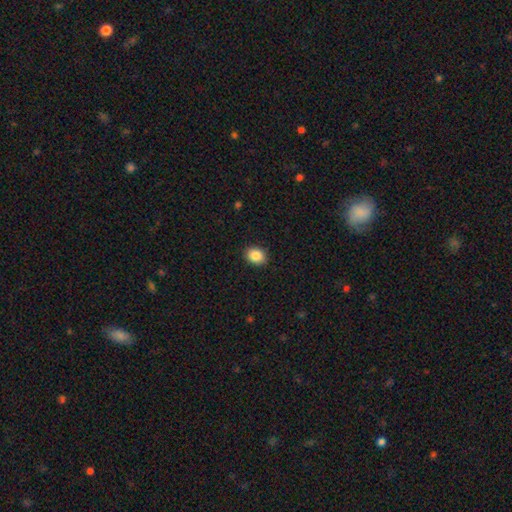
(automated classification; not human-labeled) smooth 87%, star or artifact 9%, featured or disk 5%. Down the decision tree: how rounded — in between (54%); merging — none (91%).